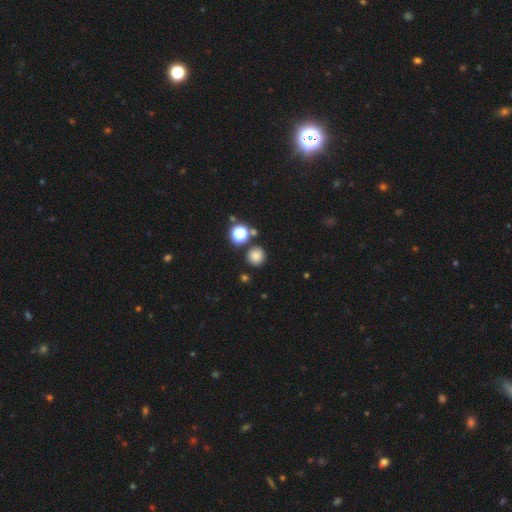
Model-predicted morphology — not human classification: A smooth galaxy with no disk features (78%) that is round (92%).

Vote fractions:
- Smooth or featured? smooth: 78% / star or artifact: 16% / featured or disk: 6%
- How rounded? round: 92% / in between: 7% / cigar-shaped: 1%
- Merging? none: 82% / minor disturbance: 8% / merger: 7% / major disturbance: 3%